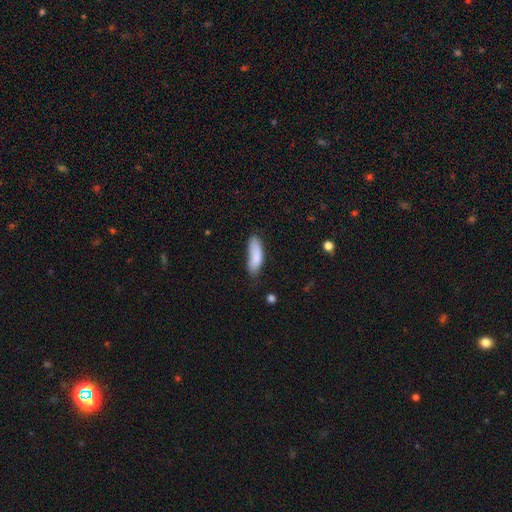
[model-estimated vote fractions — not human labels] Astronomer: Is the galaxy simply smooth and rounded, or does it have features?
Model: smooth — 85%.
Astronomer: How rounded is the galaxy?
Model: in between — 59% (runner-up: cigar-shaped, 39%).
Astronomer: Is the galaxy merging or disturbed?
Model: none — 60%.